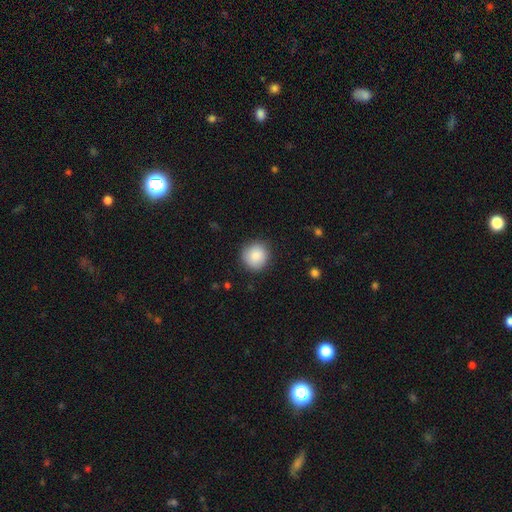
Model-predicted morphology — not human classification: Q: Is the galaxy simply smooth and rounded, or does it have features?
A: smooth — 88%.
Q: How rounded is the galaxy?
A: round — 92%.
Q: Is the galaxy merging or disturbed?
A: none — 88%.